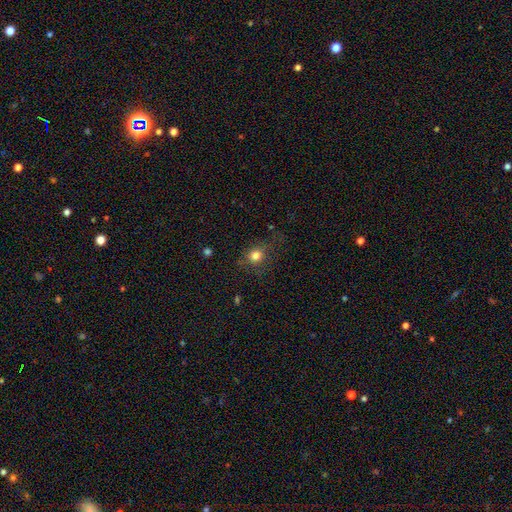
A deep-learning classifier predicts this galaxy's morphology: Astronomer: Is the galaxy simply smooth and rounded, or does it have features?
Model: smooth — 79%.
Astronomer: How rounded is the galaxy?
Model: round — 80%.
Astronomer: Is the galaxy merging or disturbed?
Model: none — 74%.